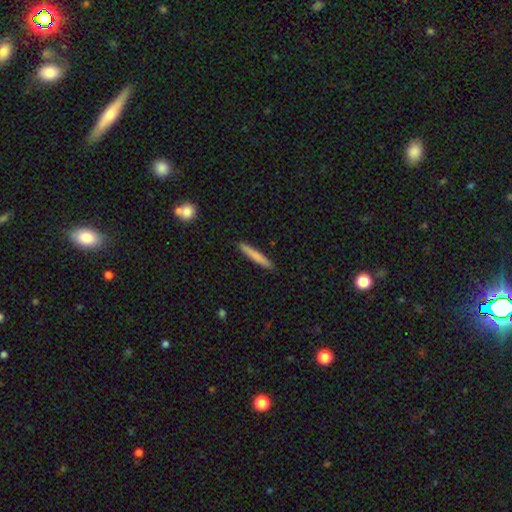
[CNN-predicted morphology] A smooth galaxy with no disk features (76%) that is cigar-shaped (96%). Merging: none (91%).